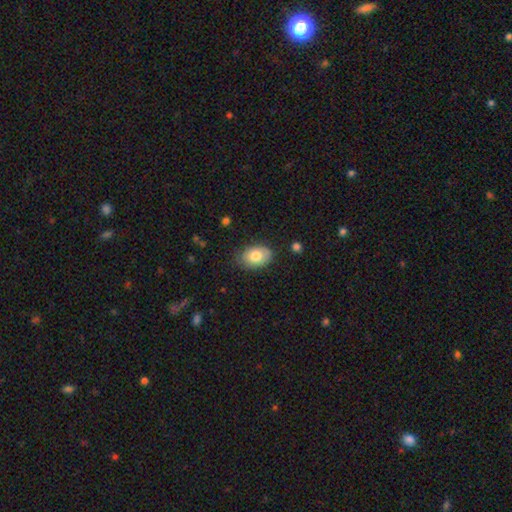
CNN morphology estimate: Smooth or featured? Predicted: smooth (p=0.79). How rounded? Predicted: in between (p=0.84). Merging? Predicted: none (p=0.76).